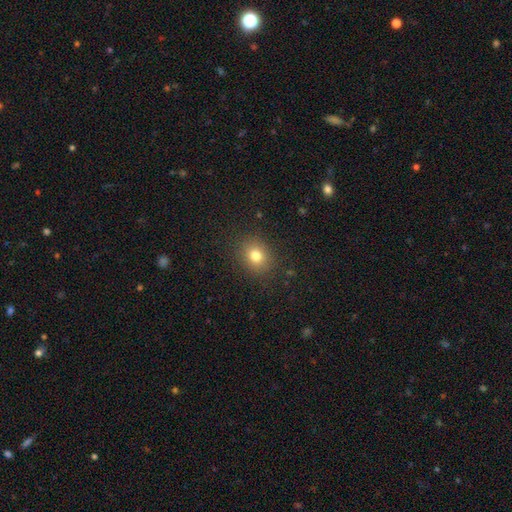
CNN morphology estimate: The model was most divided on "how rounded": round: 73%, in between: 27%, cigar-shaped: 1%. More confident: merging — none (88%); smooth or featured — smooth (78%).